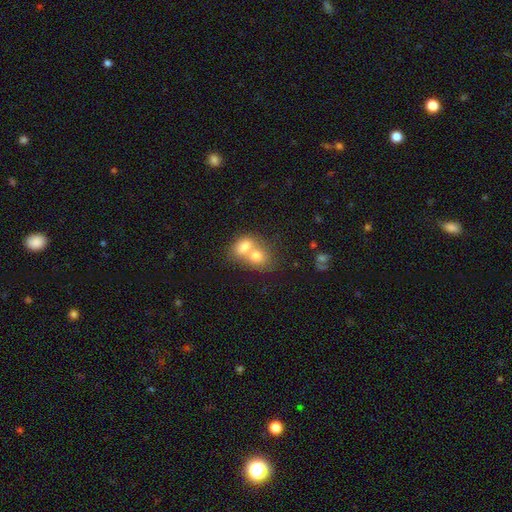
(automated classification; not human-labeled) The model was most divided on "how rounded": in between: 55%, round: 44%, cigar-shaped: 1%. More confident: merging — merger (74%); smooth or featured — smooth (73%).